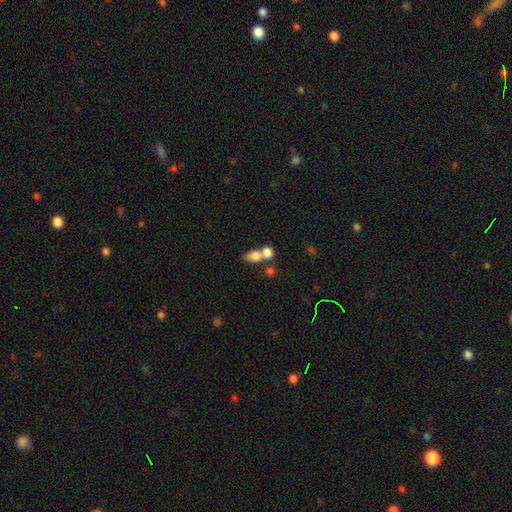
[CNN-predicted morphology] smooth_or_featured: smooth (p=0.77) [alt: featured or disk p=0.13]
how_rounded: in between (p=0.68) [alt: round p=0.29]
merging: merger (p=0.61) [alt: none p=0.26]